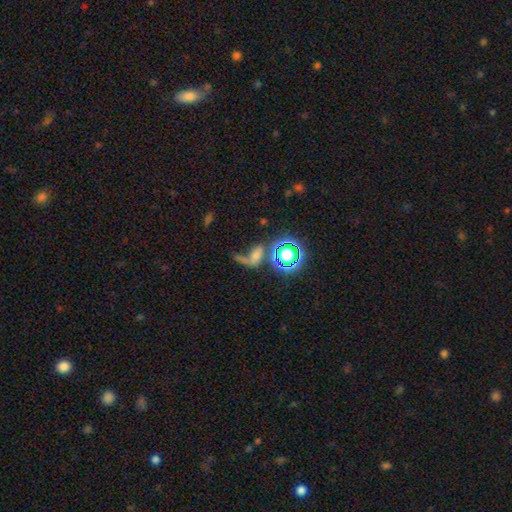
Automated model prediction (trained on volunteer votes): This is marginally a smooth galaxy (41%). Merging: marginally merger (34%).